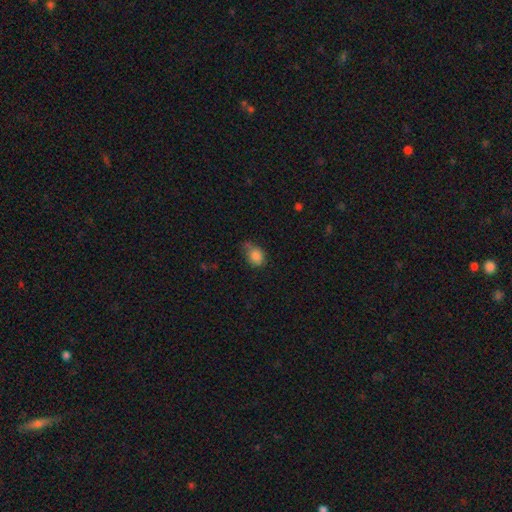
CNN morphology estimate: A smooth galaxy with no disk features (84%) that is in between round and cigar-shaped (57%). Merging: none (47%).